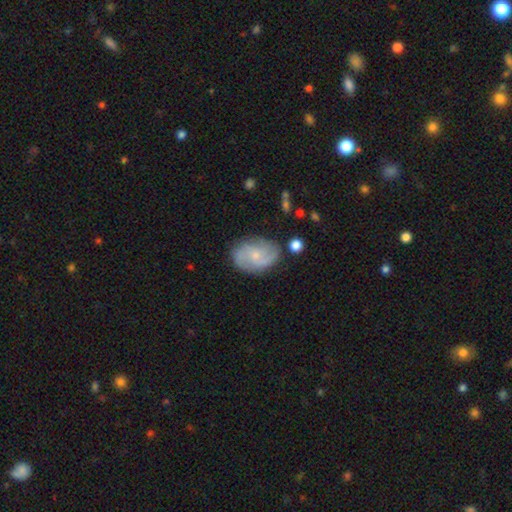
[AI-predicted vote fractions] Overall: featured or disk (65%; smooth 28%). Edge-on disk: no (97%). Bar: no (68%). Spiral arms: yes (89%). Spiral arm count: 2 (67%). Spiral winding: medium (43%; loose 33%). Bulge size: small (72%). Merging: none (74%).